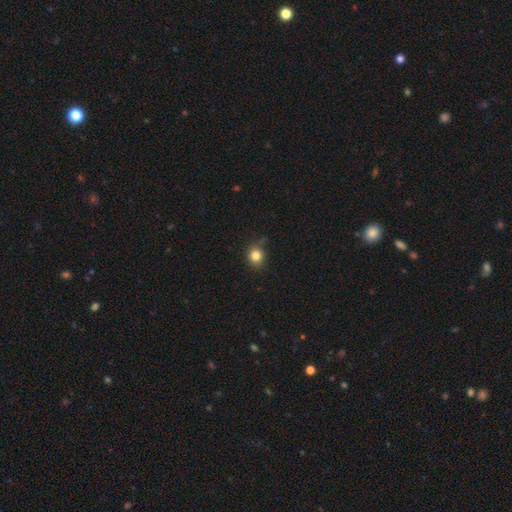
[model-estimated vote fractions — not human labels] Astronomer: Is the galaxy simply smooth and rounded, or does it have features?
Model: smooth — 82%.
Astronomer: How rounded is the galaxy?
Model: round — 77%.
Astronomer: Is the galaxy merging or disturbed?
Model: none — 76%.